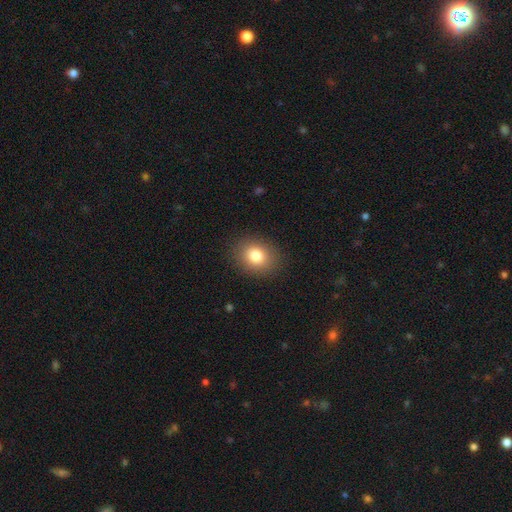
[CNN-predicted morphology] The model was most divided on "how rounded": round: 56%, in between: 43%, cigar-shaped: 1%. More confident: merging — none (88%); smooth or featured — smooth (81%).